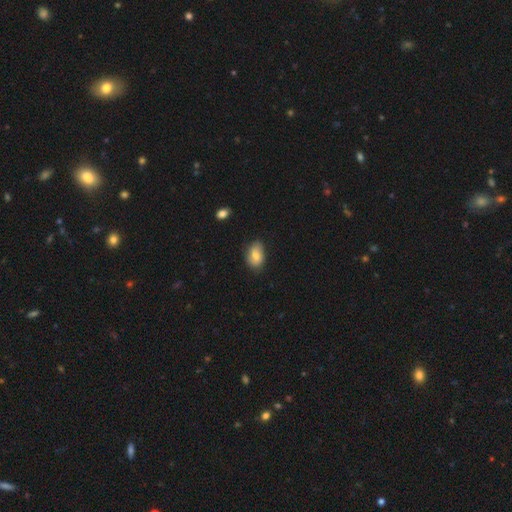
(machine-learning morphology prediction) A smooth galaxy with no disk features (83%) that is in between round and cigar-shaped (86%). Merging: none (73%).